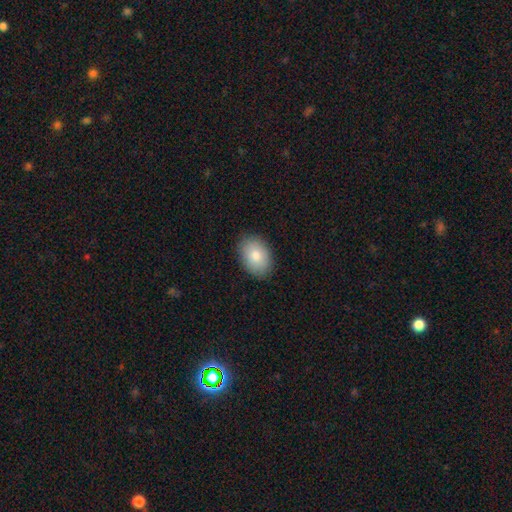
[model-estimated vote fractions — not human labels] A smooth galaxy with no disk features (82%) that is in between round and cigar-shaped (84%). Merging: none (88%).